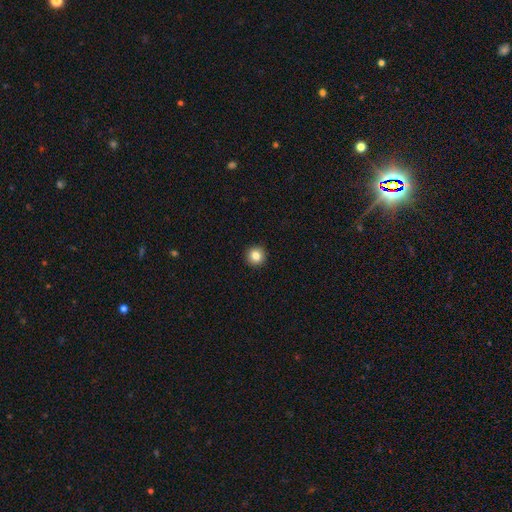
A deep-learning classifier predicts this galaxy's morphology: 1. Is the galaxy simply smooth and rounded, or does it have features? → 84% smooth, 10% star or artifact, 6% featured or disk.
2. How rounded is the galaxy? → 95% round, 4% in between, 1% cigar-shaped.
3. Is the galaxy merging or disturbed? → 94% none, 4% minor disturbance, 1% major disturbance, 1% merger.